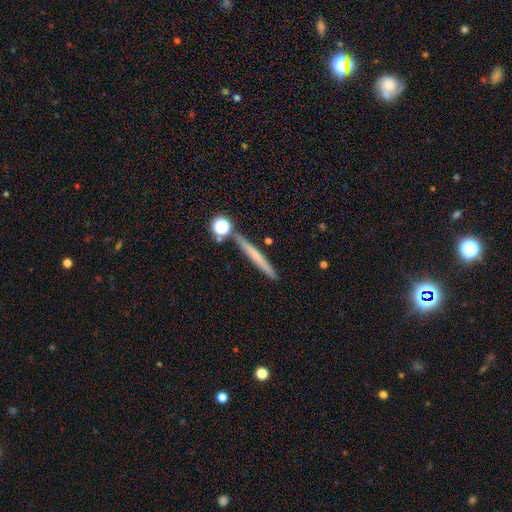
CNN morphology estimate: The model was most divided on "smooth or featured": smooth: 57%, featured or disk: 35%, star or artifact: 9%. More confident: how rounded — cigar-shaped (93%); merging — none (81%).